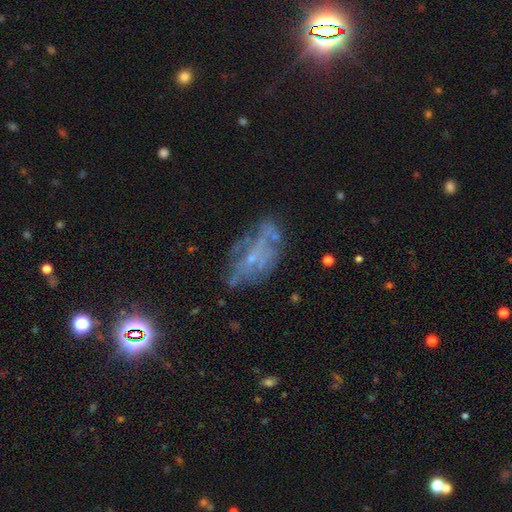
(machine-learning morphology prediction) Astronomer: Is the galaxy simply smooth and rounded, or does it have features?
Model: featured or disk — 57%.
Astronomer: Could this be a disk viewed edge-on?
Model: no — 93%.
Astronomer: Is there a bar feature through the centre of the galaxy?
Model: no — 80%.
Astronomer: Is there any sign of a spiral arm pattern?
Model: no — 62% (runner-up: yes, 38%).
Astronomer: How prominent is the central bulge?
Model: small — 67%.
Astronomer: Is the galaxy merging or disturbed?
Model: none — 49%.